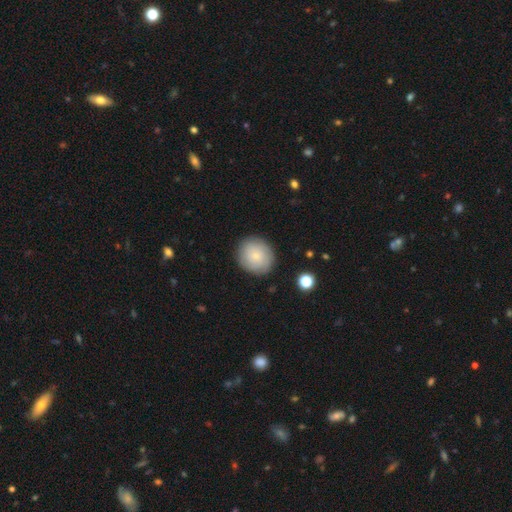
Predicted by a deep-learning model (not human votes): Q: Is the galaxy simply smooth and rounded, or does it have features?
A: smooth — 71%.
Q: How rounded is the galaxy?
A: round — 83%.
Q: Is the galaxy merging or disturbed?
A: none — 86%.